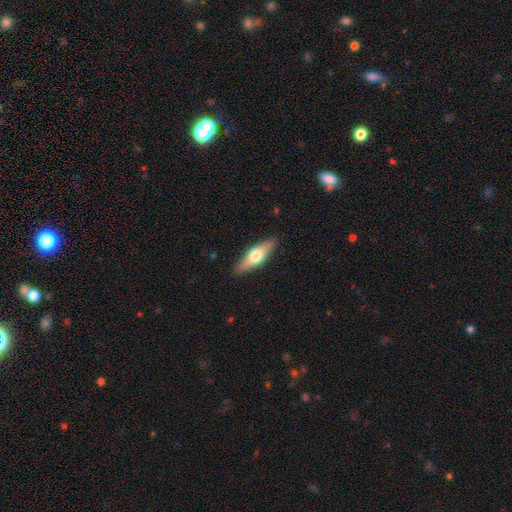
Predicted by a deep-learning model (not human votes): Smooth or featured? Predicted: smooth (p=0.55). How rounded? Predicted: cigar-shaped (p=0.50). Merging? Predicted: none (p=0.88).